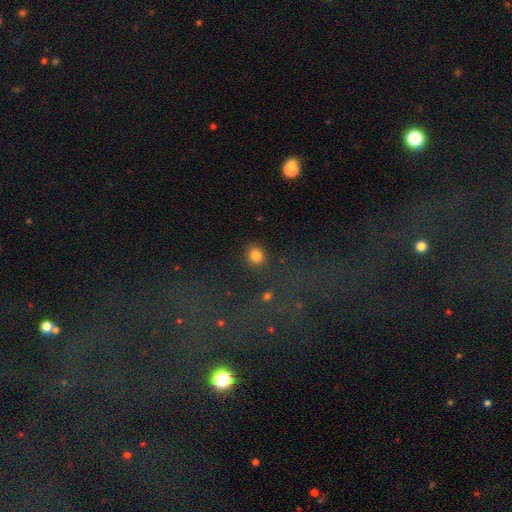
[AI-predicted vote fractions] A smooth galaxy with no disk features (83%) that is round (86%).

Vote fractions:
- Smooth or featured? smooth: 83% / star or artifact: 13% / featured or disk: 5%
- How rounded? round: 86% / in between: 13% / cigar-shaped: 1%
- Merging? none: 87% / minor disturbance: 7% / major disturbance: 3% / merger: 3%